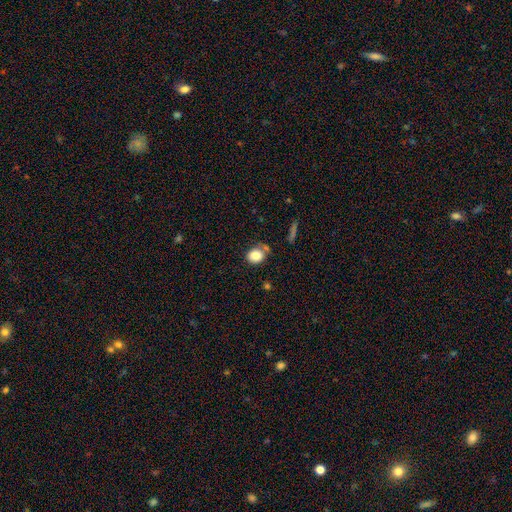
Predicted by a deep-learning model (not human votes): Q: Smooth or featured?
A: smooth (83%); runner-up: star or artifact (9%)
Q: How rounded?
A: round (61%); runner-up: in between (38%)
Q: Merging?
A: none (61%); runner-up: minor disturbance (19%)